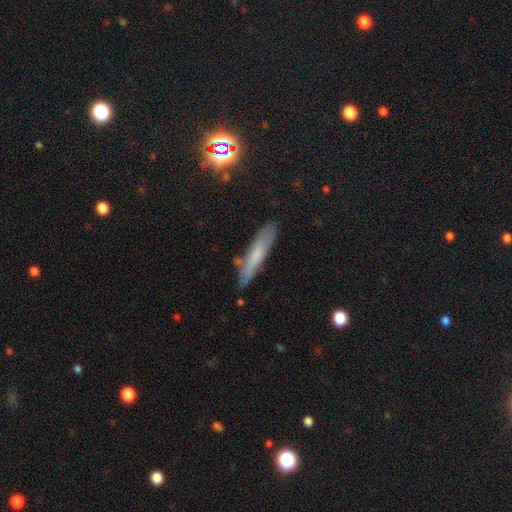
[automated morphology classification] smooth_or_featured: smooth (p=0.58) [alt: featured or disk p=0.31]
how_rounded: cigar-shaped (p=0.87) [alt: in between p=0.11]
merging: none (p=0.78) [alt: minor disturbance p=0.16]